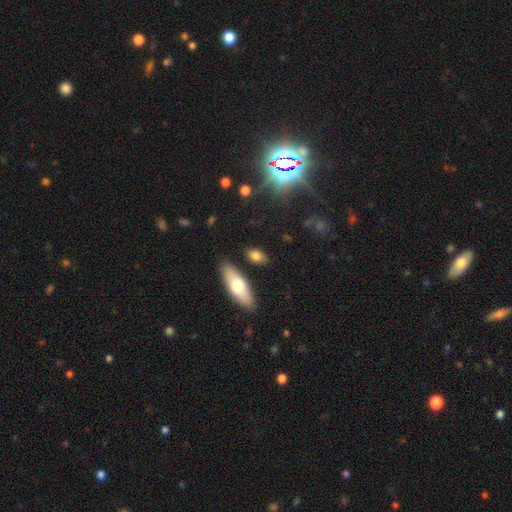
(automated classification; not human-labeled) smooth_or_featured: smooth (p=0.77) [alt: featured or disk p=0.15]
how_rounded: in between (p=0.77) [alt: cigar-shaped p=0.15]
merging: none (p=0.81) [alt: minor disturbance p=0.11]